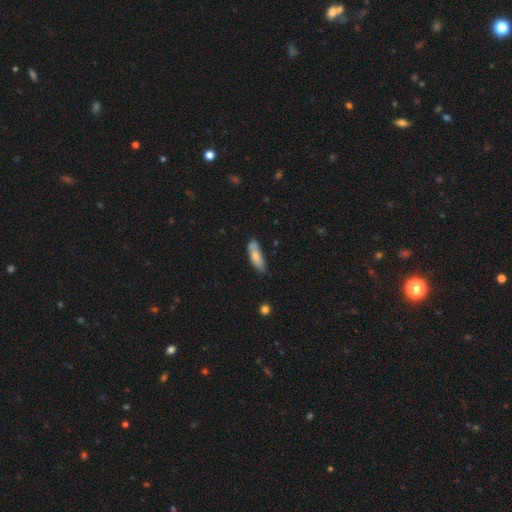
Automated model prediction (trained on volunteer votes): A smooth galaxy with no disk features (73%) that is in between round and cigar-shaped (53%). Merging: none (59%).